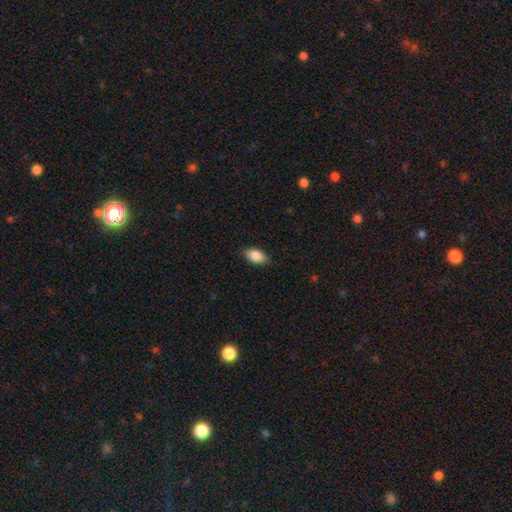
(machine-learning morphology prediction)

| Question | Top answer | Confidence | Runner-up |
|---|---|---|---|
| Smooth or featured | smooth | 87% | star or artifact (7%) |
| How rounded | in between | 91% | round (6%) |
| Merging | none | 87% | minor disturbance (10%) |